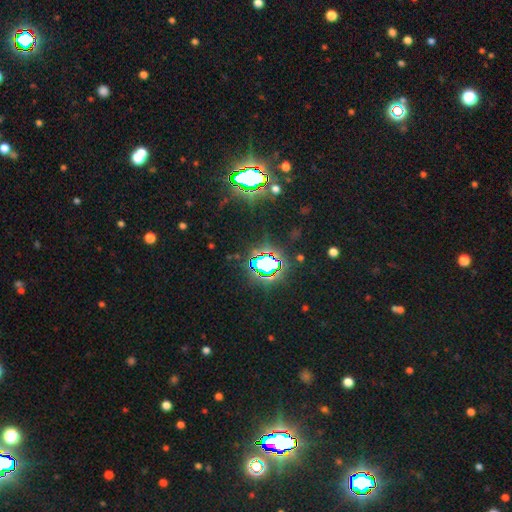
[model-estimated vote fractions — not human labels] Morphology: type=star or artifact (85%).